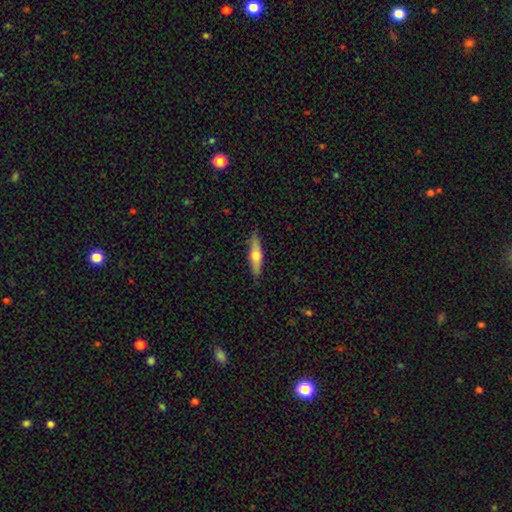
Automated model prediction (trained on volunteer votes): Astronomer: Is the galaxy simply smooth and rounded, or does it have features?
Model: featured or disk — 50% (runner-up: smooth, 45%).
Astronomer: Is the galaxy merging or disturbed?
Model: none — 88%.